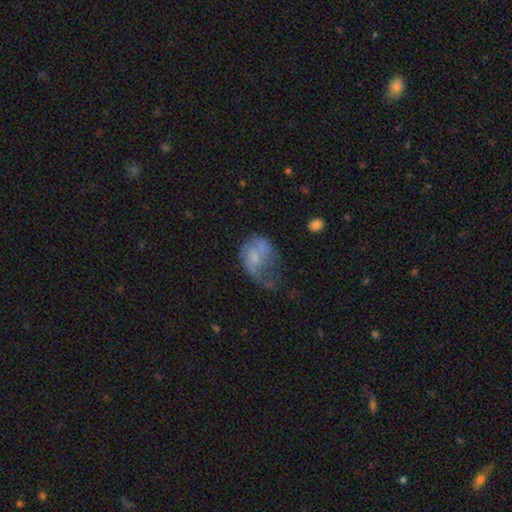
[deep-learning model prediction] Smooth or featured: featured or disk — 47% (smooth — 43%)
Merging: major disturbance — 51% (minor disturbance — 23%)